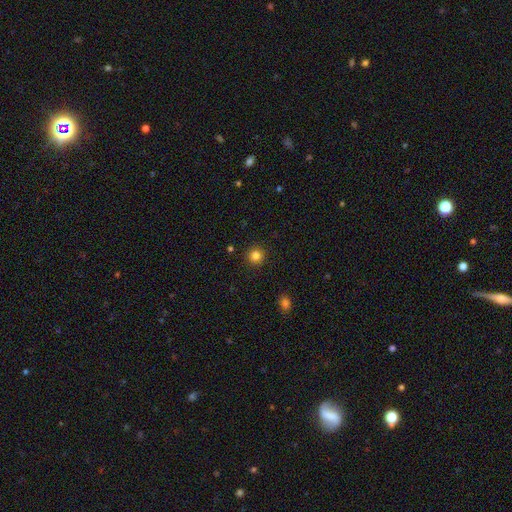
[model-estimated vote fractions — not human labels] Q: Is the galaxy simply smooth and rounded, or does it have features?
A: smooth — 83%.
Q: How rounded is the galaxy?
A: round — 94%.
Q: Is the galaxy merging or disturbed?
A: none — 92%.